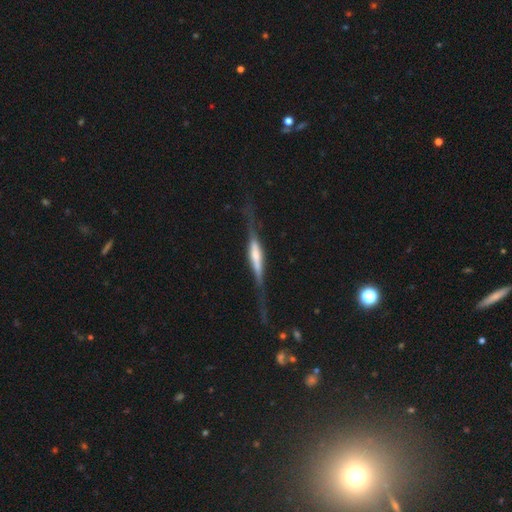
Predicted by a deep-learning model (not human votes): smooth_or_featured: featured or disk (p=0.72) [alt: smooth p=0.22]
disk_edge_on: yes (p=0.95) [alt: no p=0.05]
edge_on_bulge: rounded (p=0.45) [alt: boxy p=0.40]
merging: none (p=0.68) [alt: minor disturbance p=0.18]